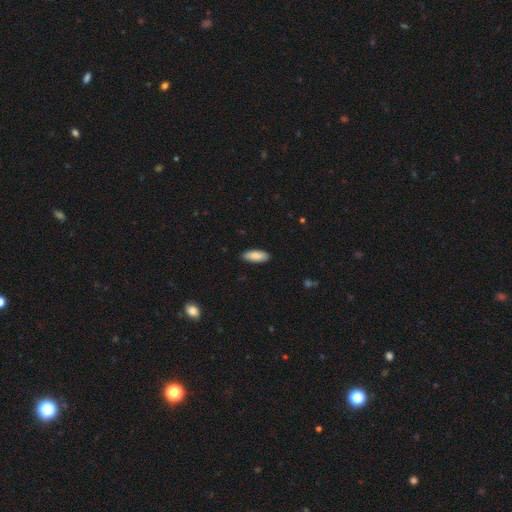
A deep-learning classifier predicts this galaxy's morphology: Smooth or featured: smooth — 87% (featured or disk — 7%)
How rounded: in between — 79% (cigar-shaped — 20%)
Merging: none — 88% (minor disturbance — 9%)